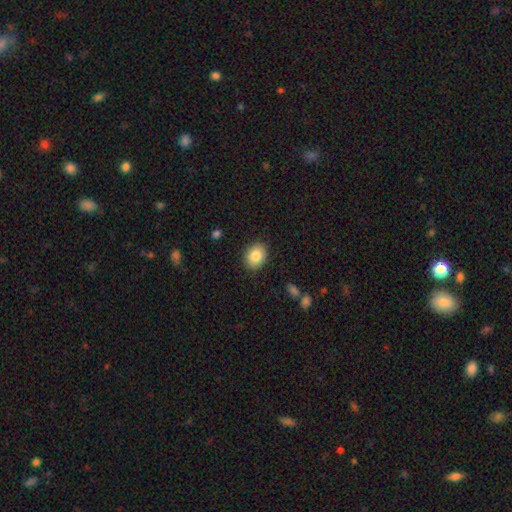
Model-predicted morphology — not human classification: Smooth or featured? smooth (84%)
How rounded? in between (62%)
Merging? none (88%)